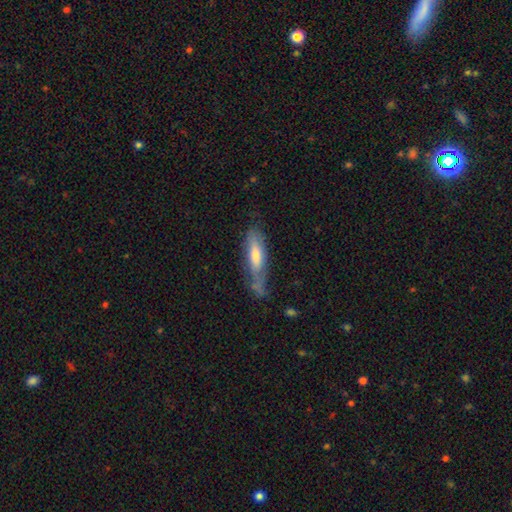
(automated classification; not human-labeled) This is possibly a smooth galaxy (57%). How rounded: likely cigar-shaped (62%). Merging: possibly none (53%).